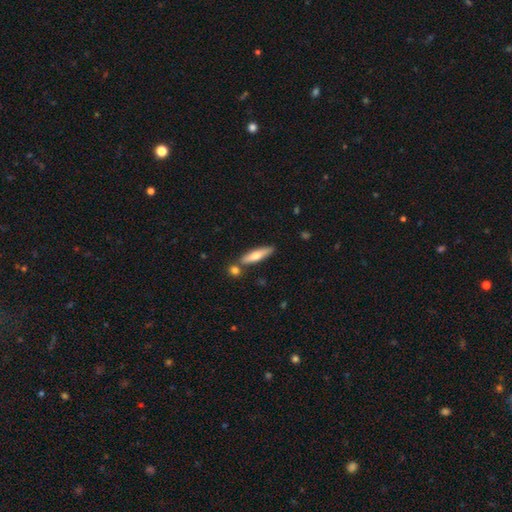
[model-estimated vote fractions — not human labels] Overall: smooth (60%; featured or disk 35%). How rounded: cigar-shaped (77%). Merging: none (77%).